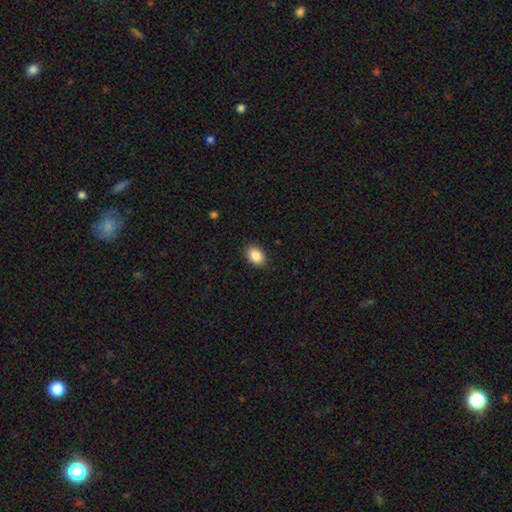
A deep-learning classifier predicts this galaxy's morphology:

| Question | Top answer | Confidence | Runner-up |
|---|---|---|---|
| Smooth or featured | smooth | 88% | star or artifact (8%) |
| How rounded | in between | 80% | round (19%) |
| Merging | none | 87% | minor disturbance (10%) |